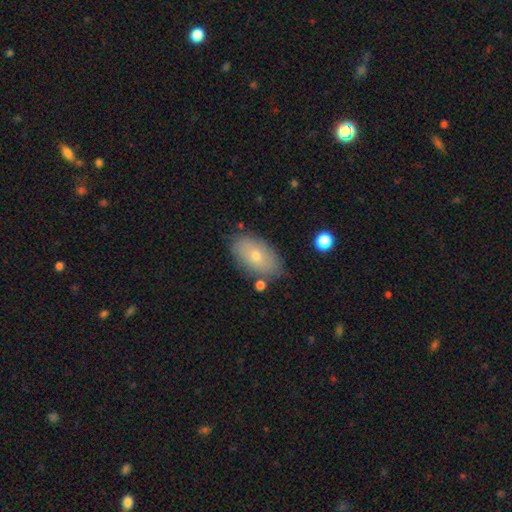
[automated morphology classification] Overall: smooth (68%). How rounded: in between (93%). Merging: none (81%).